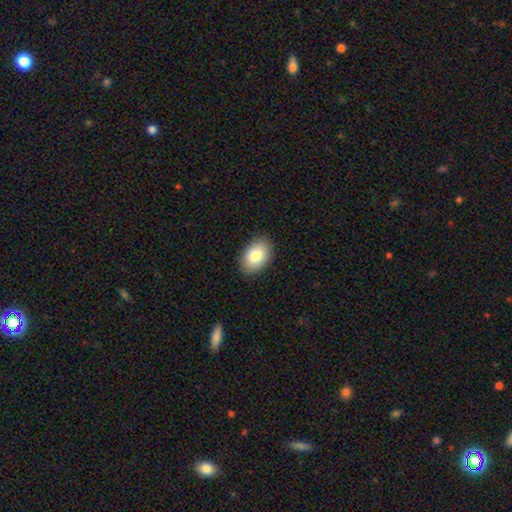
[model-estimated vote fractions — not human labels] smooth 83%, featured or disk 9%, star or artifact 7%. Down the decision tree: how rounded — in between (87%); merging — none (88%).